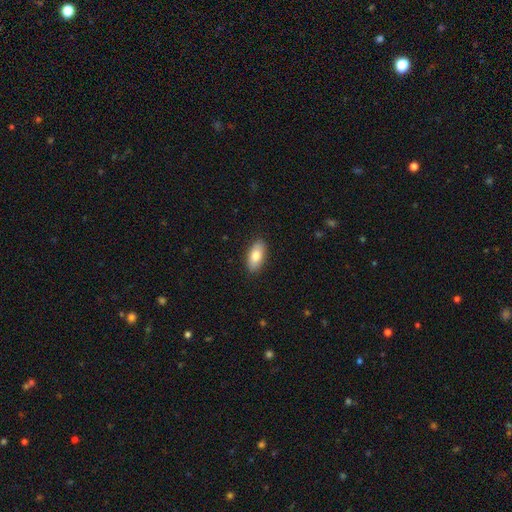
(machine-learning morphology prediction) Overall: smooth (81%). How rounded: in between (88%). Merging: none (88%).